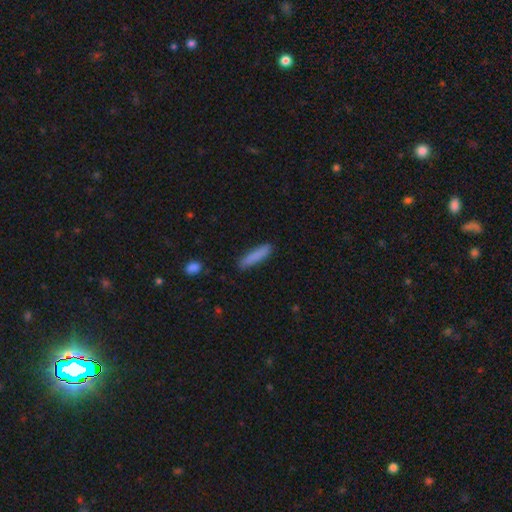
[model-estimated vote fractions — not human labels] A smooth galaxy with no disk features (86%) that is cigar-shaped (84%).

Vote fractions:
- Smooth or featured? smooth: 86% / featured or disk: 8% / star or artifact: 6%
- How rounded? cigar-shaped: 84% / in between: 15% / round: 1%
- Merging? none: 86% / minor disturbance: 11% / major disturbance: 2% / merger: 1%